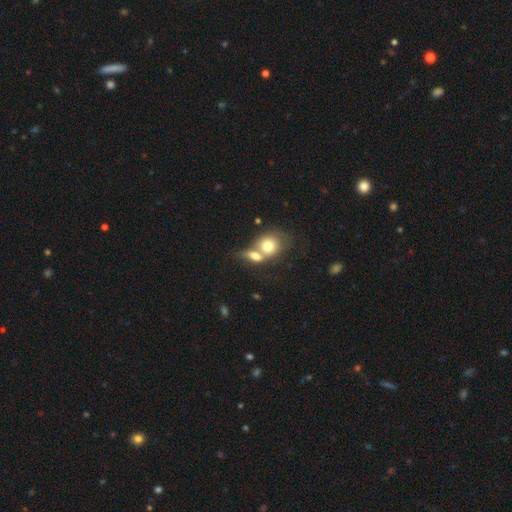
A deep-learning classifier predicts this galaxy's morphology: smooth 60%, featured or disk 20%, star or artifact 19%. Down the decision tree: how rounded — round (65%); merging — merger (51%).